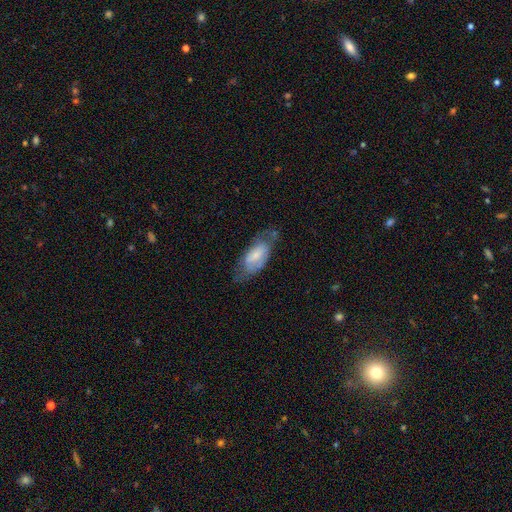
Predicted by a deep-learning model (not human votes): Q: Smooth or featured?
A: smooth (53%); runner-up: featured or disk (40%)
Q: How rounded?
A: in between (86%); runner-up: cigar-shaped (11%)
Q: Merging?
A: none (50%); runner-up: minor disturbance (30%)